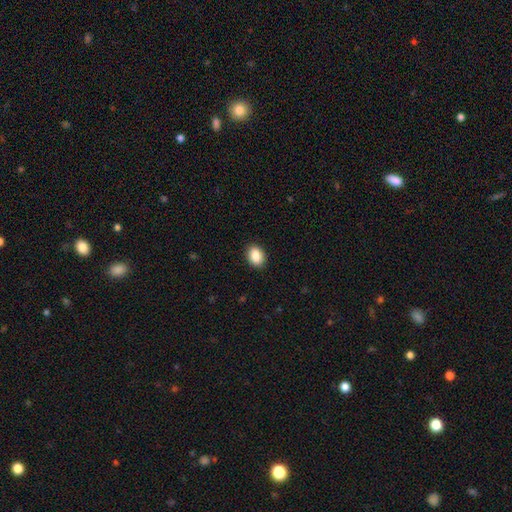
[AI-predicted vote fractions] Q: Smooth or featured?
A: smooth (88%); runner-up: star or artifact (8%)
Q: How rounded?
A: in between (78%); runner-up: round (21%)
Q: Merging?
A: none (90%); runner-up: minor disturbance (7%)